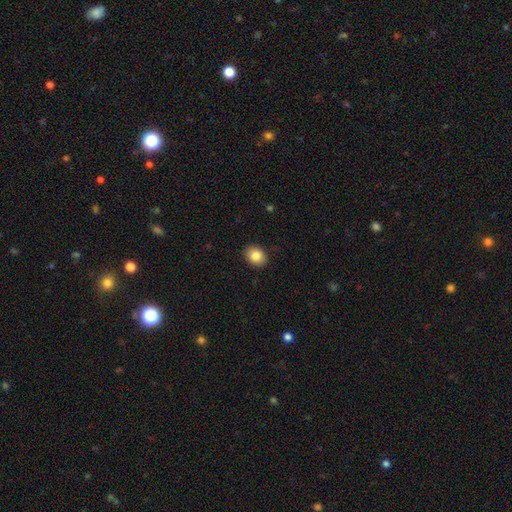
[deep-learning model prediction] Q: Smooth or featured?
A: smooth (85%); runner-up: star or artifact (8%)
Q: How rounded?
A: in between (53%); runner-up: round (47%)
Q: Merging?
A: none (90%); runner-up: minor disturbance (7%)